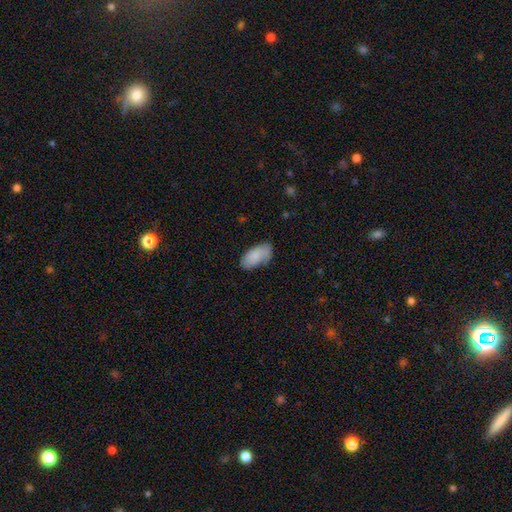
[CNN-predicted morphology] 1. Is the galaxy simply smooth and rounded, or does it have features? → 85% smooth, 8% featured or disk, 6% star or artifact.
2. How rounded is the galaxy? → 94% in between, 4% cigar-shaped, 2% round.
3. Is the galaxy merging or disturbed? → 69% none, 24% minor disturbance, 5% major disturbance, 2% merger.